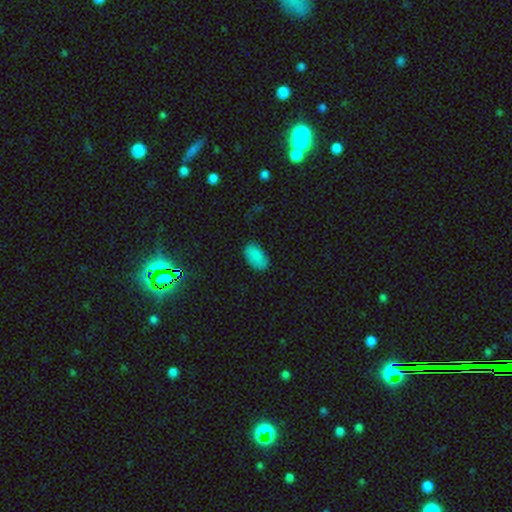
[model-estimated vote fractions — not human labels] Smooth or featured: smooth — 87% (star or artifact — 8%)
How rounded: in between — 95% (round — 4%)
Merging: none — 83% (minor disturbance — 13%)